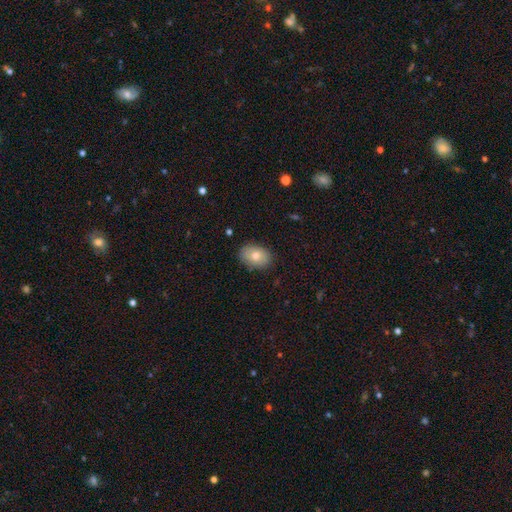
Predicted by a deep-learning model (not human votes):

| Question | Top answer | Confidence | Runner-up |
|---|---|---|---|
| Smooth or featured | smooth | 75% | featured or disk (17%) |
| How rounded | in between | 81% | round (18%) |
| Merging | none | 86% | minor disturbance (11%) |